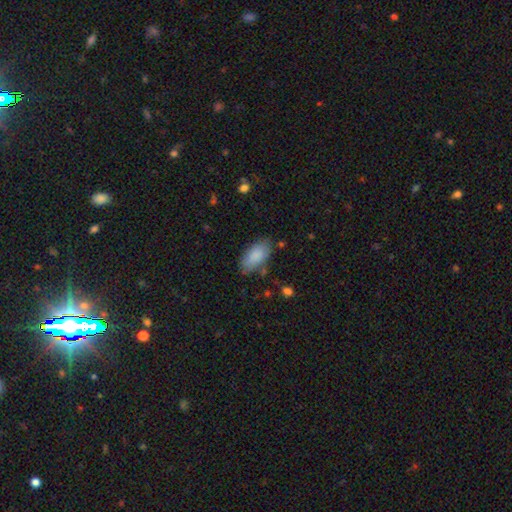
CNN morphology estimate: A smooth galaxy with no disk features (87%) that is in between round and cigar-shaped (92%).

Vote fractions:
- Smooth or featured? smooth: 87% / featured or disk: 7% / star or artifact: 6%
- How rounded? in between: 92% / cigar-shaped: 6% / round: 2%
- Merging? none: 78% / minor disturbance: 15% / major disturbance: 4% / merger: 2%